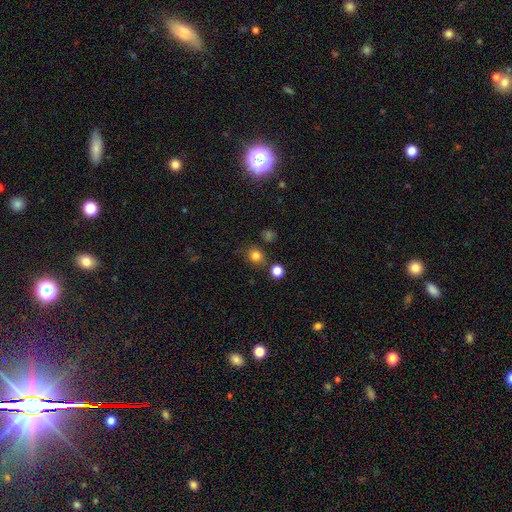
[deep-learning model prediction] Smooth or featured?
  - smooth: 79% *
  - star or artifact: 15%
  - featured or disk: 6%
How rounded?
  - round: 78% *
  - in between: 21%
  - cigar-shaped: 1%
Merging?
  - none: 77% *
  - minor disturbance: 11%
  - merger: 8%
  - major disturbance: 4%